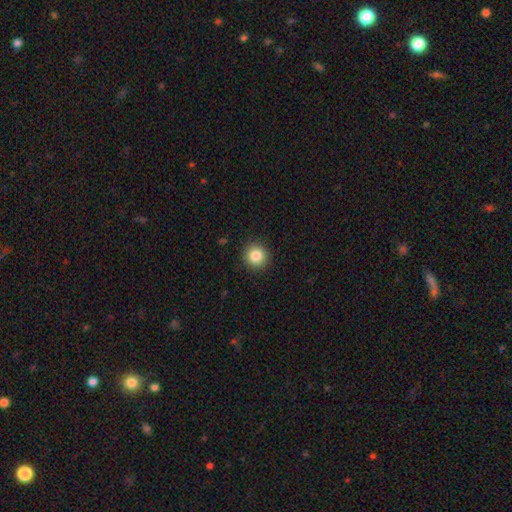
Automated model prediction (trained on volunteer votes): Smooth or featured? Predicted: smooth (p=0.85). How rounded? Predicted: round (p=0.94). Merging? Predicted: none (p=0.91).